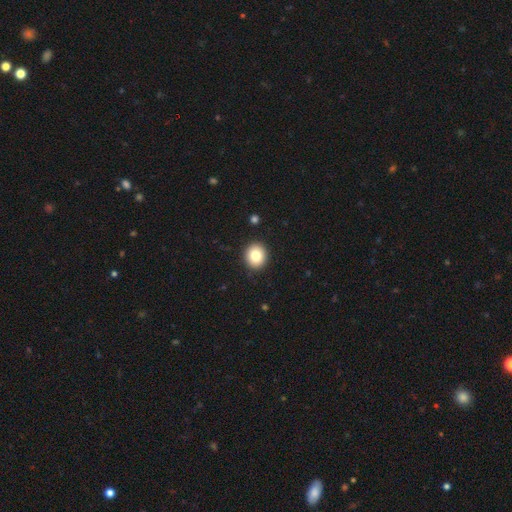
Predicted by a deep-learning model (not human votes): smooth-or-featured: smooth: 81% | featured or disk: 9% | star or artifact: 9%
  how-rounded: round: 79% | in between: 20% | cigar-shaped: 1%
  merging: none: 92% | minor disturbance: 5% | major disturbance: 2% | merger: 1%